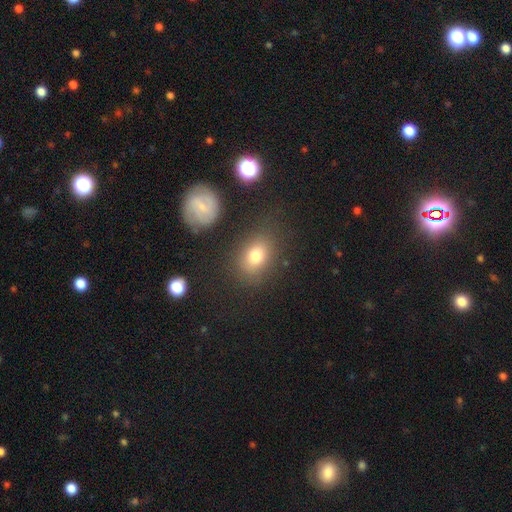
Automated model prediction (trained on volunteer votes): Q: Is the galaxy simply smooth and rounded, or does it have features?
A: smooth — 76%.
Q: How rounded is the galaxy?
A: in between — 70%.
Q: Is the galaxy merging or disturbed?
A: none — 78%.